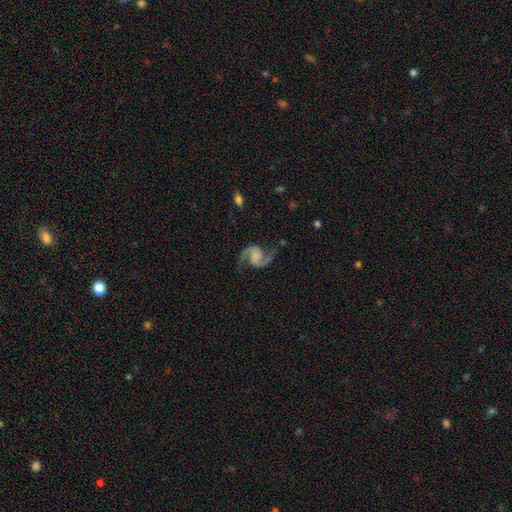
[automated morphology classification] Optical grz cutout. It shows a featured or disk galaxy (92%) with no bar (60%), 2 (95%) loose (46%, tied with medium) spiral arms (98%) and no central bulge (57%). Merging: none (81%).